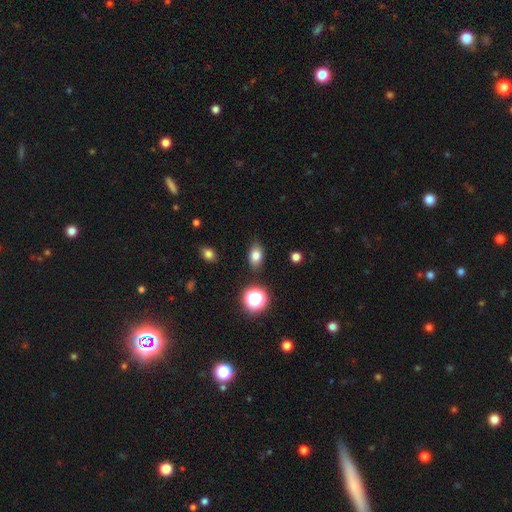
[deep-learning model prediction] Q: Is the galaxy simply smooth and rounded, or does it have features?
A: smooth — 78%.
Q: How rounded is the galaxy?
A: in between — 79%.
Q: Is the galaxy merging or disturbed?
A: none — 84%.